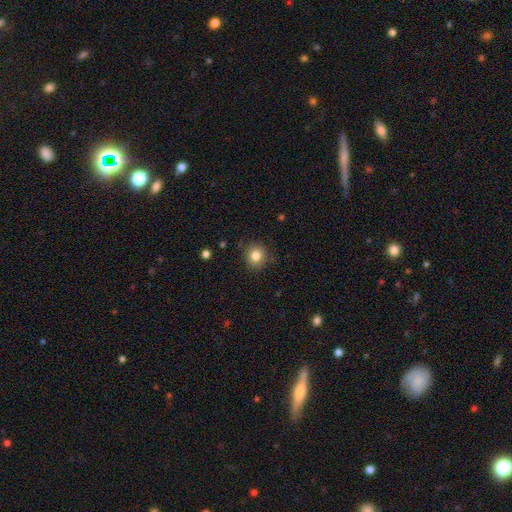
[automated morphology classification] smooth-or-featured: smooth: 82% | star or artifact: 11% | featured or disk: 7%
  how-rounded: round: 88% | in between: 11% | cigar-shaped: 1%
  merging: none: 86% | minor disturbance: 10% | major disturbance: 2% | merger: 1%